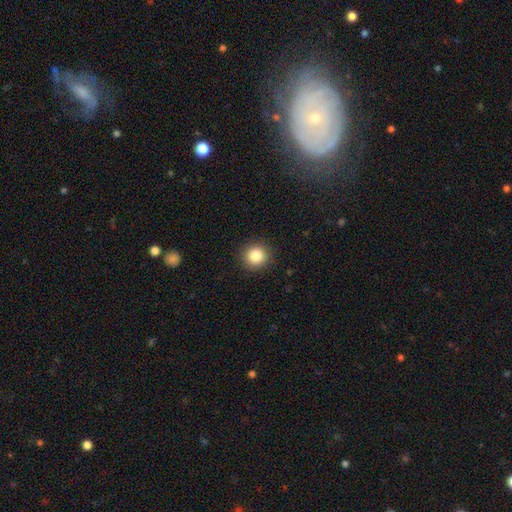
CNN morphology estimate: This appears to be a smooth galaxy with no disk features (86%) that is round (93%). Merging: none (91%).